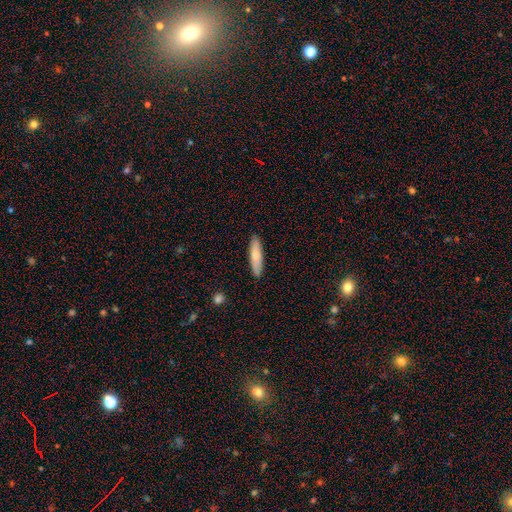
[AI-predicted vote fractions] Smooth or featured? smooth (75%)
How rounded? cigar-shaped (69%)
Merging? none (89%)